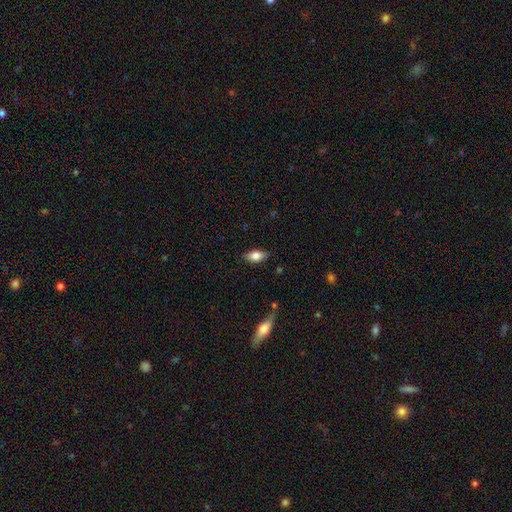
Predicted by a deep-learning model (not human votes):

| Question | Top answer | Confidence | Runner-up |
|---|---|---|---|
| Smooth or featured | smooth | 75% | featured or disk (18%) |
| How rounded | in between | 88% | cigar-shaped (7%) |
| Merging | none | 81% | minor disturbance (13%) |